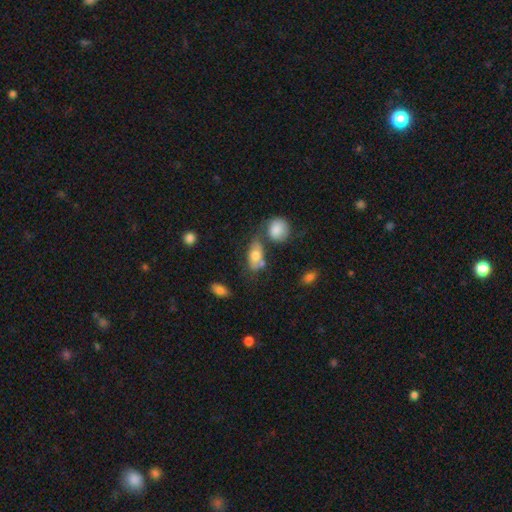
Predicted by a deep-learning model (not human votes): A smooth galaxy with no disk features (70%) that is in between round and cigar-shaped (86%). Merging: none (39%).